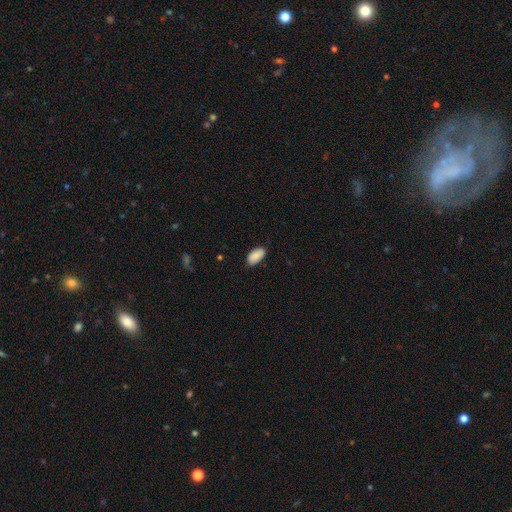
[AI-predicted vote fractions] This appears to be a smooth galaxy with no disk features (89%) that is in between round and cigar-shaped (95%). Merging: none (82%).